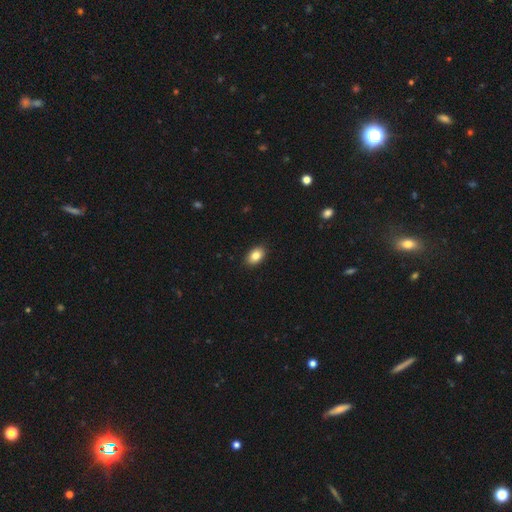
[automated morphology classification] This is clearly a smooth galaxy (84%). How rounded: clearly in between (87%). Merging: clearly none (90%).